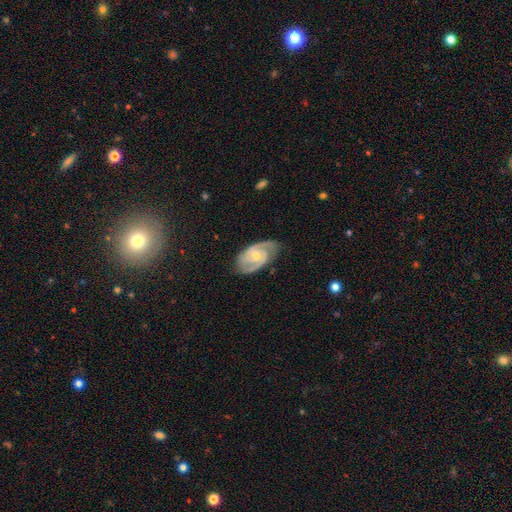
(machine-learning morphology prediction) Smooth or featured? featured or disk (89%)
Edge-on disk? no (97%)
Bar? no (52%)
Spiral arms? yes (98%)
Spiral winding? tight (49%)
Spiral arm count? 2 (83%)
Bulge size? small (52%)
Merging? none (79%)